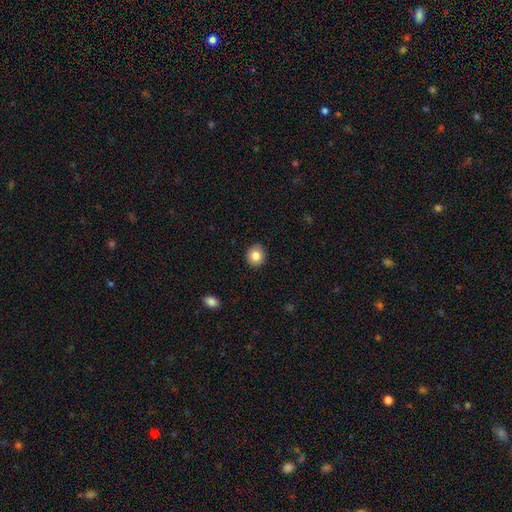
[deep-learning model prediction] Smooth or featured? Predicted: smooth (p=0.84). How rounded? Predicted: round (p=0.82). Merging? Predicted: none (p=0.88).